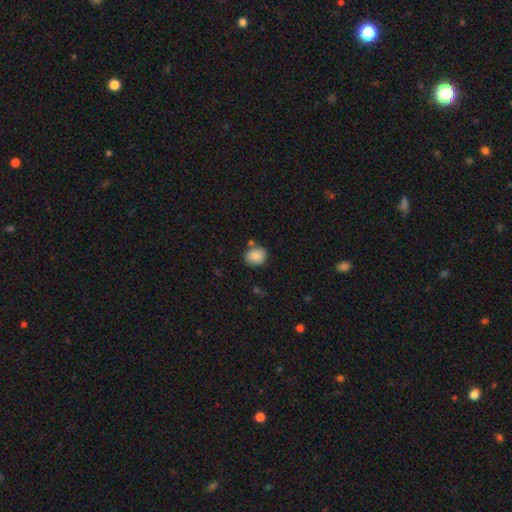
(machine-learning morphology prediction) smooth_or_featured: smooth (p=0.87) [alt: star or artifact p=0.08]
how_rounded: round (p=0.56) [alt: in between p=0.44]
merging: none (p=0.73) [alt: minor disturbance p=0.14]